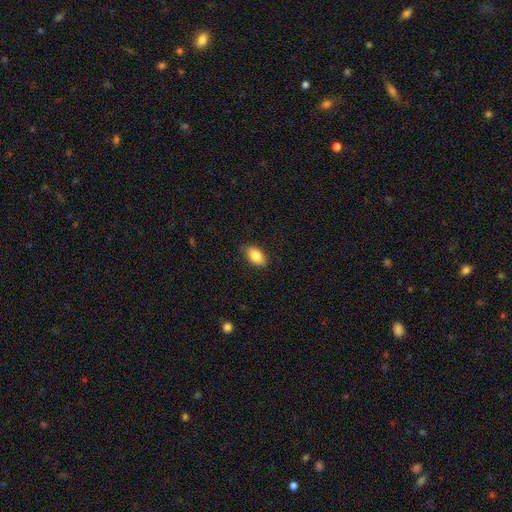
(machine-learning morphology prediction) type=smooth (84%); roundness=in between (91%); merging=none (82%).